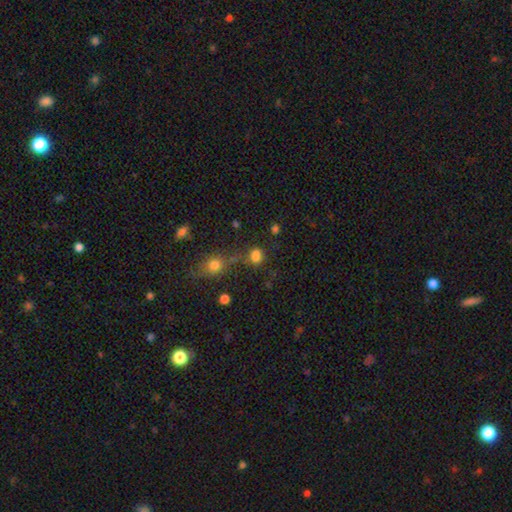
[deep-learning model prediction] This appears to be a smooth galaxy with no disk features (75%) that is round (58%). Merging: none (59%).